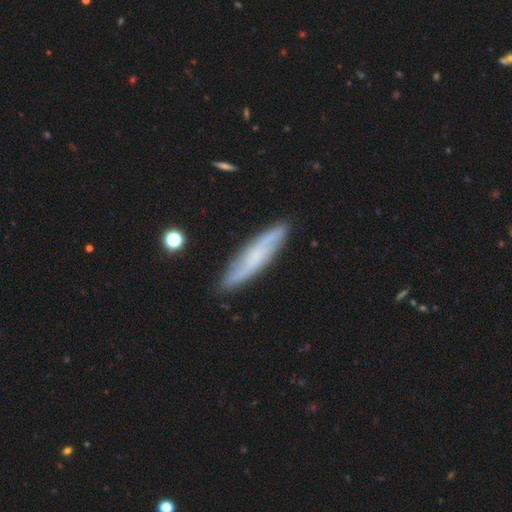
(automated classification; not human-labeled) A featured or disk galaxy (53%). Merging: none (85%).